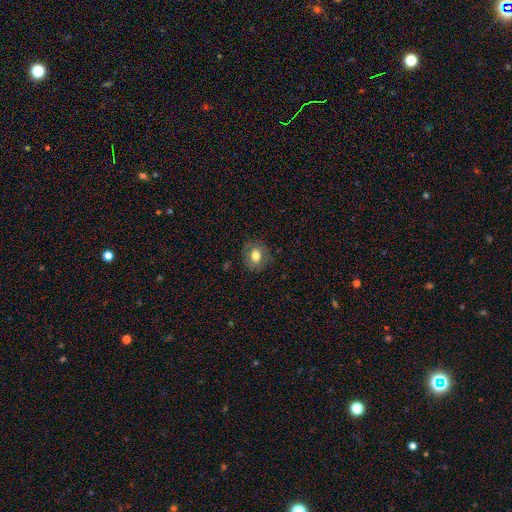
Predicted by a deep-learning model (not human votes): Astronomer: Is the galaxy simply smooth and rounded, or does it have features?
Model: smooth — 72%.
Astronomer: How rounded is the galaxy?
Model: round — 74%.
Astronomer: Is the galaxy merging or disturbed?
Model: none — 82%.